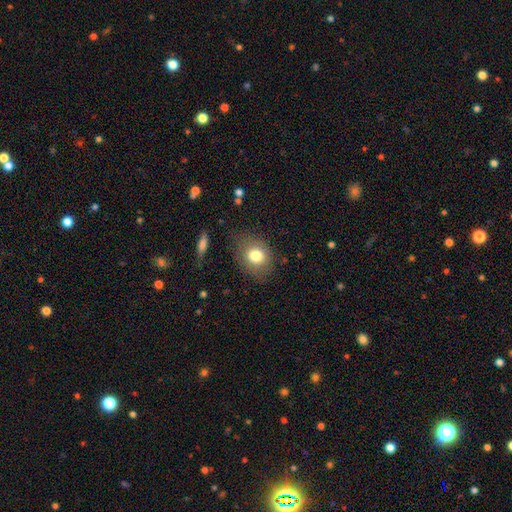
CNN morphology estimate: A smooth galaxy with no disk features (77%) that is round (52%). Merging: none (75%).